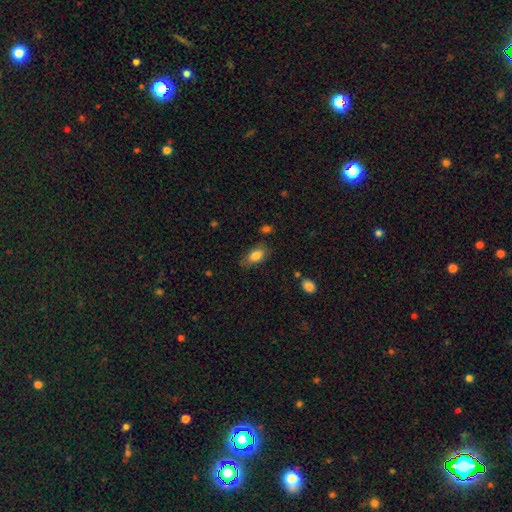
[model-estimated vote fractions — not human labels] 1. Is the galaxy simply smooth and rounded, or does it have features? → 83% smooth, 10% featured or disk, 7% star or artifact.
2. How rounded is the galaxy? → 90% in between, 5% round, 5% cigar-shaped.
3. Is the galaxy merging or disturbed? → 75% none, 18% minor disturbance, 4% major disturbance, 2% merger.